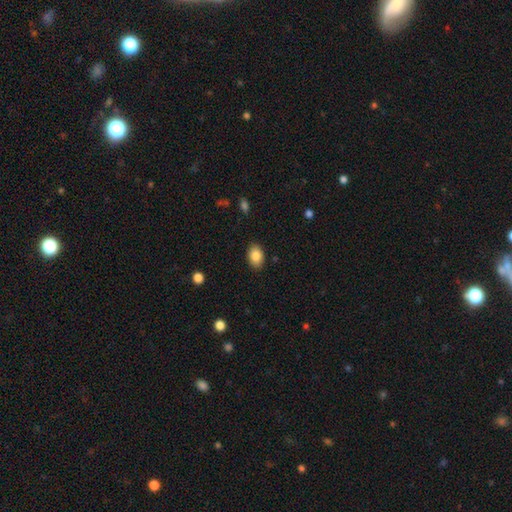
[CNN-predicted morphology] A smooth galaxy with no disk features (86%) that is in between round and cigar-shaped (84%).

Vote fractions:
- Smooth or featured? smooth: 86% / star or artifact: 8% / featured or disk: 6%
- How rounded? in between: 84% / round: 15% / cigar-shaped: 1%
- Merging? none: 88% / minor disturbance: 9% / major disturbance: 2% / merger: 1%